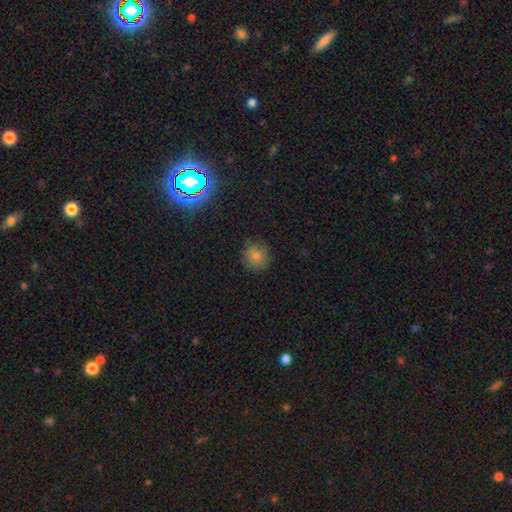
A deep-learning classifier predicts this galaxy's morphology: A smooth galaxy with no disk features (82%) that is round (86%). Merging: none (83%).